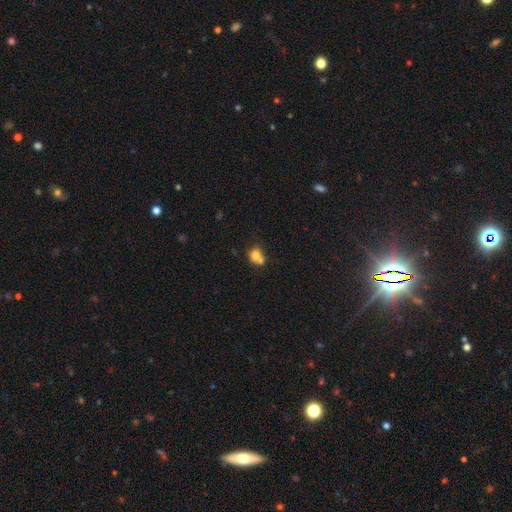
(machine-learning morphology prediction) Overall: smooth (72%). How rounded: round (62%; in between 37%). Merging: merger (57%; none 30%).